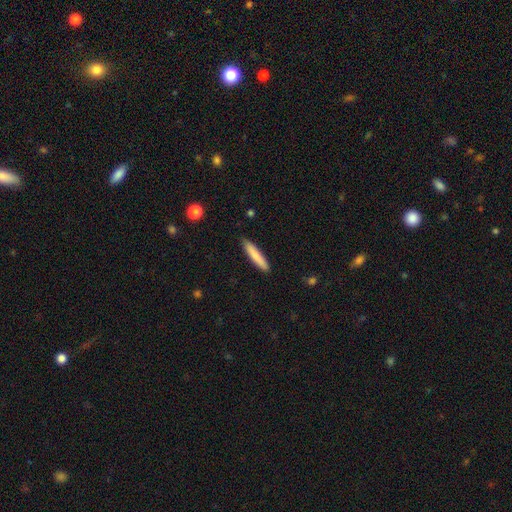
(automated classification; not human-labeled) smooth 80%, featured or disk 15%, star or artifact 6%. Down the decision tree: how rounded — cigar-shaped (91%); merging — none (87%).